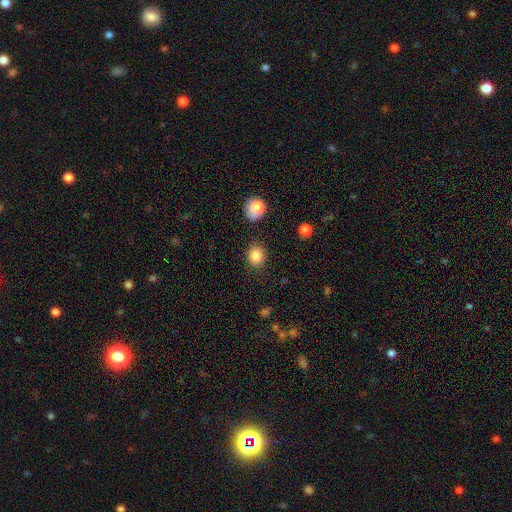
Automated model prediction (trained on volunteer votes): Smooth or featured: smooth — 85% (star or artifact — 10%)
How rounded: round — 67% (in between — 32%)
Merging: none — 84% (minor disturbance — 10%)